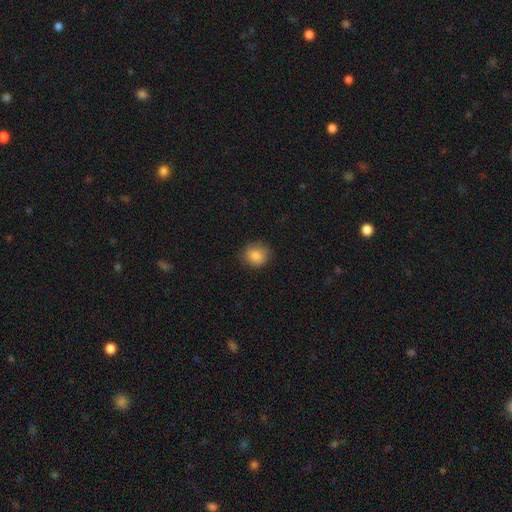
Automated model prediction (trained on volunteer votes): A smooth galaxy with no disk features (85%) that is round (85%).

Vote fractions:
- Smooth or featured? smooth: 85% / star or artifact: 9% / featured or disk: 6%
- How rounded? round: 85% / in between: 14% / cigar-shaped: 1%
- Merging? none: 84% / minor disturbance: 13% / major disturbance: 3% / merger: 1%